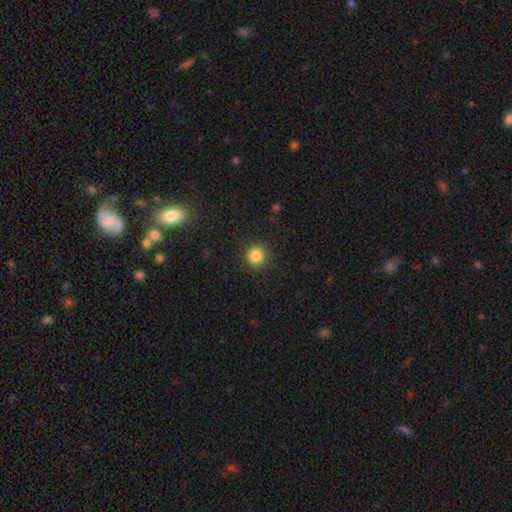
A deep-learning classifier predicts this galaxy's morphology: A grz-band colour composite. It shows a smooth galaxy with no disk features (85%) that is round (93%). Merging: none (91%).